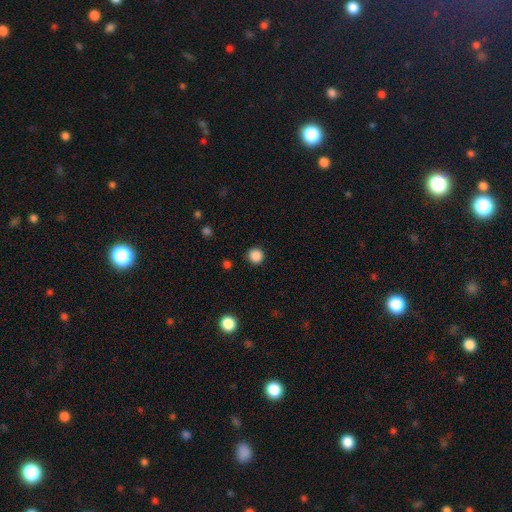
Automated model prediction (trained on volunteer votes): smooth 87%, star or artifact 11%, featured or disk 2%. Down the decision tree: how rounded — round (95%); merging — none (92%).